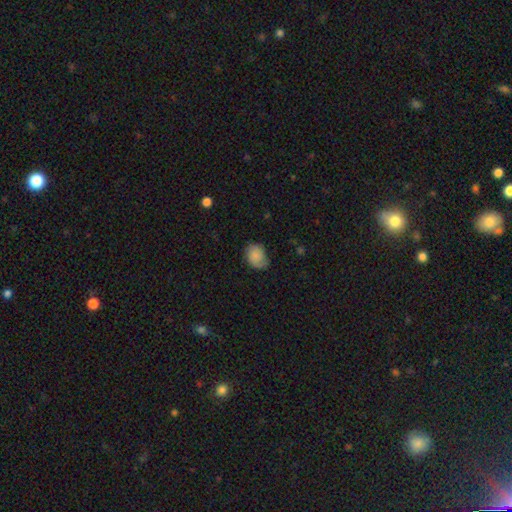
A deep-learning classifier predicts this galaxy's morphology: The model was most divided on "how rounded": in between: 57%, round: 42%, cigar-shaped: 1%. More confident: smooth or featured — smooth (71%); merging — none (57%).